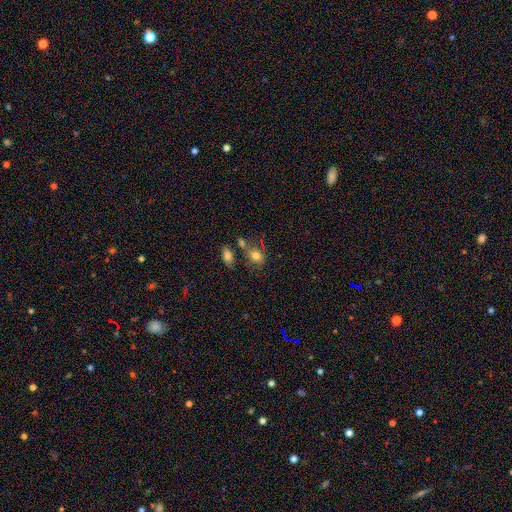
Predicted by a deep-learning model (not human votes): A smooth galaxy with no disk features (78%) that is in between round and cigar-shaped (58%). Merging: none (52%).